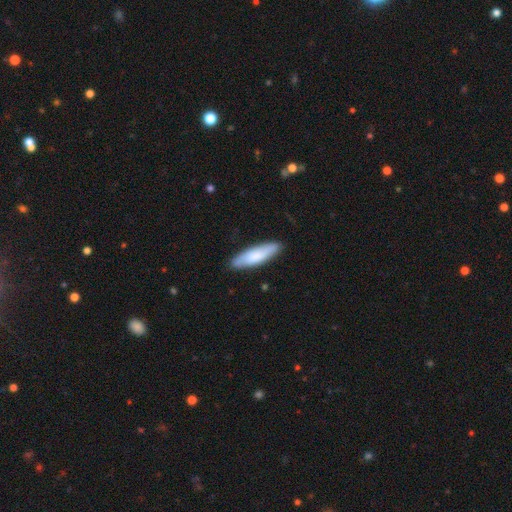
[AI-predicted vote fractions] A smooth galaxy with no disk features (74%) that is cigar-shaped (60%). Merging: none (86%).